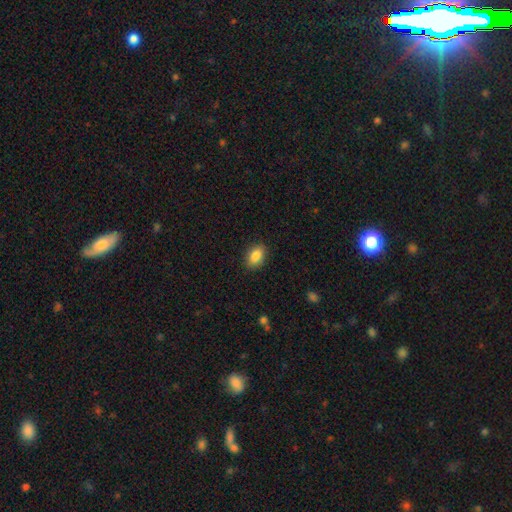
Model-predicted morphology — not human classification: type=smooth (86%); roundness=in between (84%); merging=none (88%).